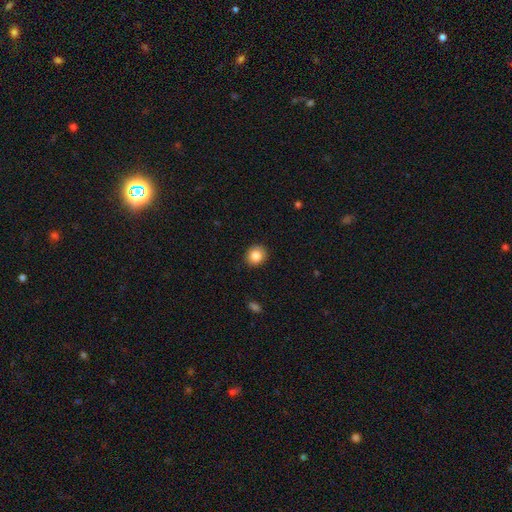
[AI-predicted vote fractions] The model was most divided on "how rounded": round: 77%, in between: 22%, cigar-shaped: 1%. More confident: merging — none (90%); smooth or featured — smooth (84%).